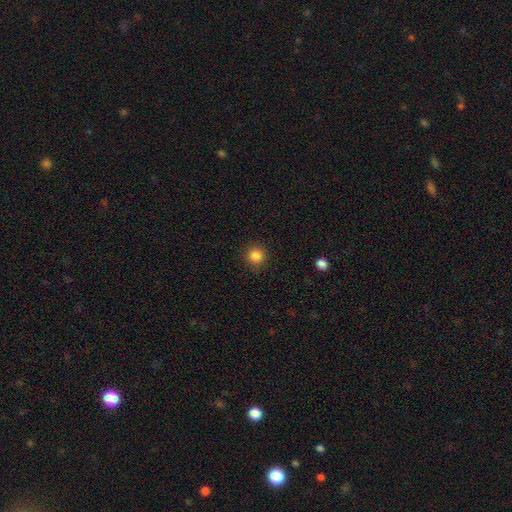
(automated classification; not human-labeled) This appears to be a smooth galaxy with no disk features (85%) that is round (93%). Merging: none (89%).